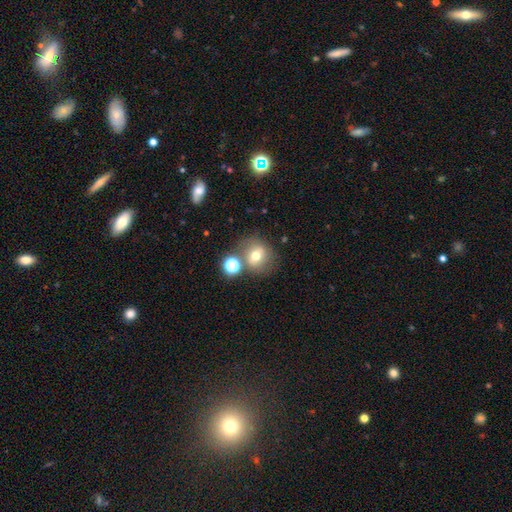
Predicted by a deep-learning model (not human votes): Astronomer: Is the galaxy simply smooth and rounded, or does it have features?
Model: smooth — 64%.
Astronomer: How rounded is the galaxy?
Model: round — 78%.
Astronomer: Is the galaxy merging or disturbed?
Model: none — 63%.